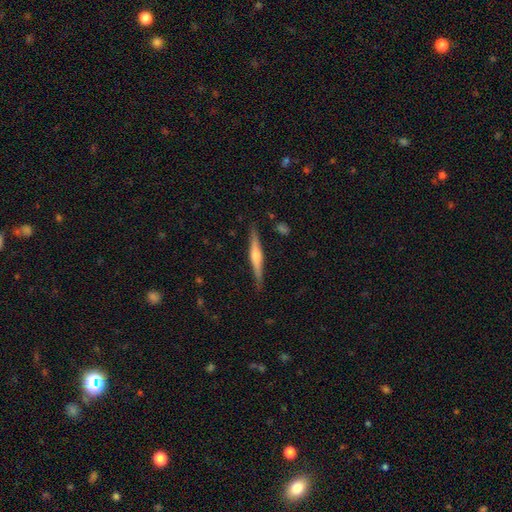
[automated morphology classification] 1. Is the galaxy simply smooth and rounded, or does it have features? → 69% featured or disk, 25% smooth, 5% star or artifact.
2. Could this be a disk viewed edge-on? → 98% yes, 2% no.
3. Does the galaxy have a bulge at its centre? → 81% rounded, 11% boxy, 9% none.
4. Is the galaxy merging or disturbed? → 89% none, 9% minor disturbance, 2% major disturbance, 1% merger.